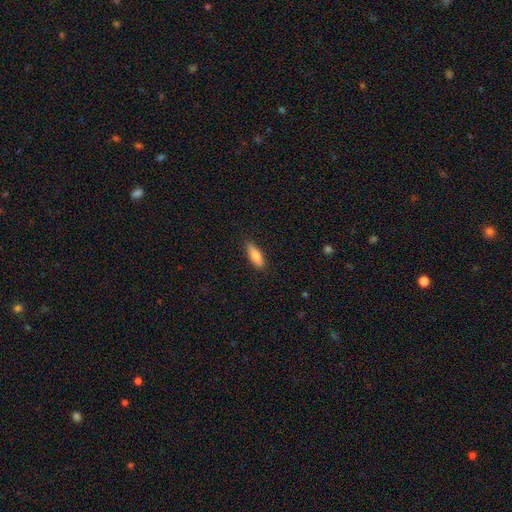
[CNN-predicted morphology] smooth 79%, featured or disk 15%, star or artifact 6%. Down the decision tree: how rounded — in between (55%); merging — none (84%).